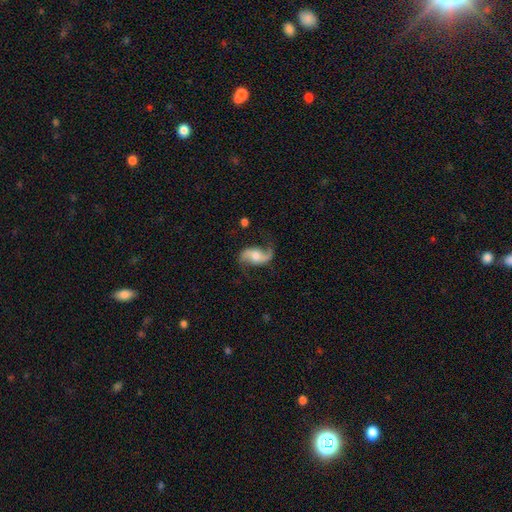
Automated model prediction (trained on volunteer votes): smooth-or-featured: featured or disk: 83% | smooth: 11% | star or artifact: 6%
  disk-edge-on: no: 96% | yes: 4%
    bar: no: 47% | weak: 37% | strong: 16%
    has-spiral-arms: yes: 95% | no: 5%
      spiral-winding: loose: 77% | medium: 18% | tight: 4%
      spiral-arm-count: 2: 91% | 1: 4% | can't tell: 2% | 3: 1% | 4: 1% | more than 4: 1%
    bulge-size: moderate: 53% | small: 24% | large: 15% | none: 6% | dominant: 2%
  merging: none: 71% | minor disturbance: 17% | major disturbance: 10% | merger: 2%